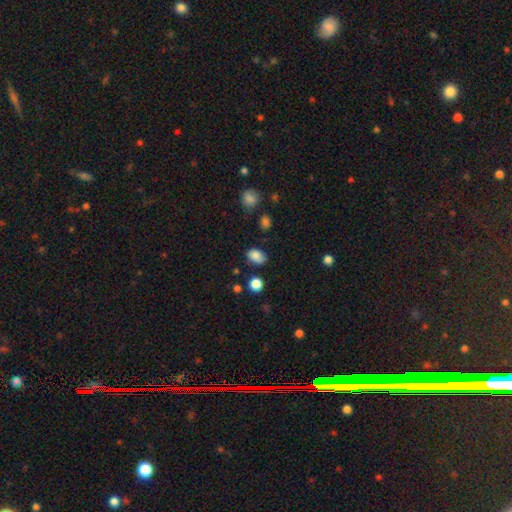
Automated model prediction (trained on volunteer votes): smooth-or-featured: smooth: 85% | star or artifact: 9% | featured or disk: 6%
  how-rounded: in between: 82% | round: 16% | cigar-shaped: 1%
  merging: none: 73% | minor disturbance: 20% | major disturbance: 4% | merger: 3%